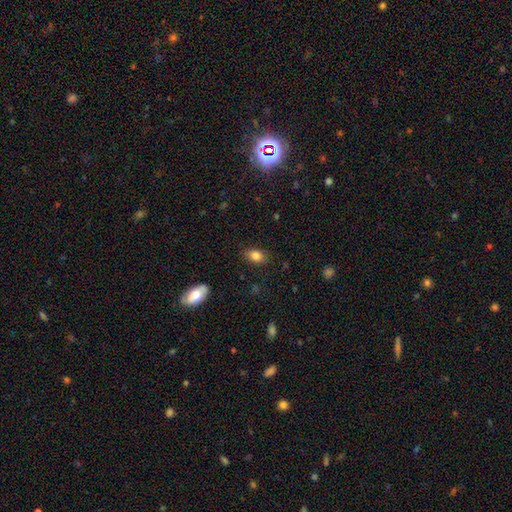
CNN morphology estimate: A smooth galaxy with no disk features (83%) that is in between round and cigar-shaped (83%). Merging: none (84%).